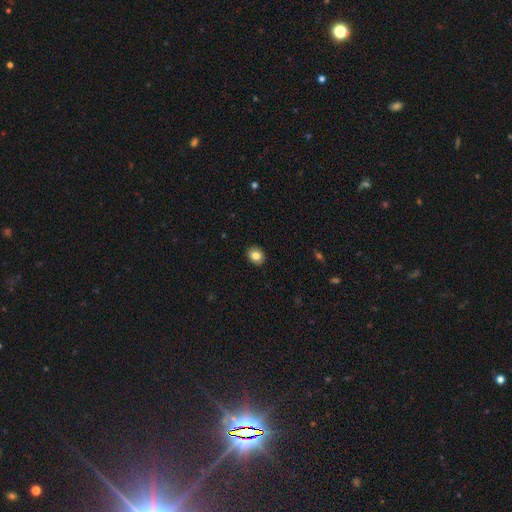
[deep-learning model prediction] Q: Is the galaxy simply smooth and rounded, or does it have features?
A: smooth — 82%.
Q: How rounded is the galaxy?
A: round — 57%.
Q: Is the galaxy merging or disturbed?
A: none — 90%.